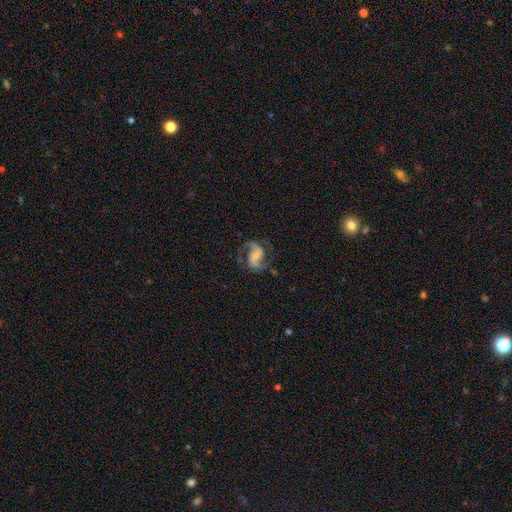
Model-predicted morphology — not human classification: This is clearly a featured or disk galaxy (88%). It is clearly not viewed edge-on (98%). Bar: marginally weak (44%). Spiral arm pattern: clearly yes (97%). Spiral arm count: clearly 2 (92%). Spiral winding: possibly medium (54%). Central bulge: possibly small (48%). Merging: likely none (73%).